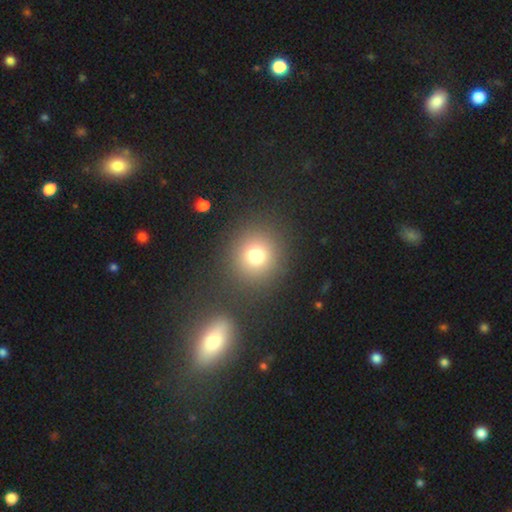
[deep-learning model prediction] smooth_or_featured: smooth (p=0.75) [alt: star or artifact p=0.16]
how_rounded: round (p=0.88) [alt: in between p=0.12]
merging: none (p=0.83) [alt: minor disturbance p=0.07]